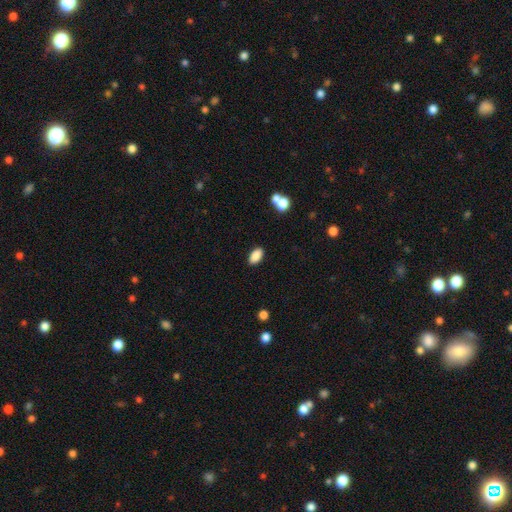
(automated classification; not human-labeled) Smooth or featured? smooth (88%)
How rounded? in between (92%)
Merging? none (88%)